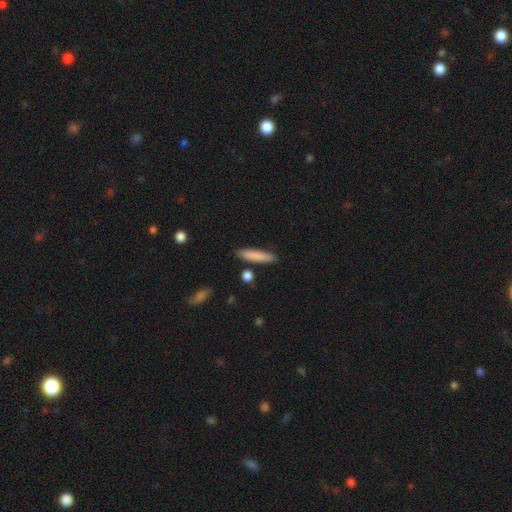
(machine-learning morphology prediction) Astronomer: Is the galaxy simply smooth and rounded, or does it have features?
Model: smooth — 84%.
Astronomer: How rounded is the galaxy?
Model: cigar-shaped — 84%.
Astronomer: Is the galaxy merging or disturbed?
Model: none — 87%.